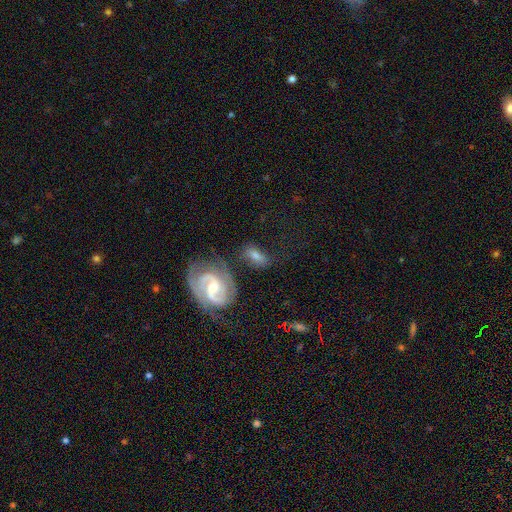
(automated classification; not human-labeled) The model was most divided on "bar": weak: 46%, no: 32%, strong: 23%. More confident: edge-on disk — no (93%); spiral arms — yes (85%); bulge size — moderate (58%); smooth or featured — featured or disk (55%); merging — none (53%).